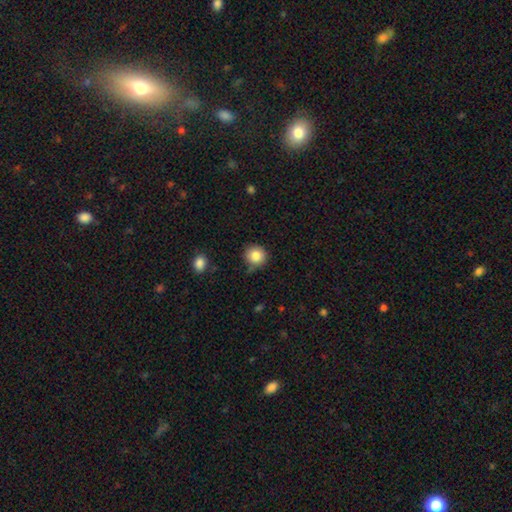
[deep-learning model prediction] smooth-or-featured: smooth: 84% | star or artifact: 10% | featured or disk: 6%
  how-rounded: round: 92% | in between: 7% | cigar-shaped: 1%
  merging: none: 77% | minor disturbance: 15% | merger: 4% | major disturbance: 4%